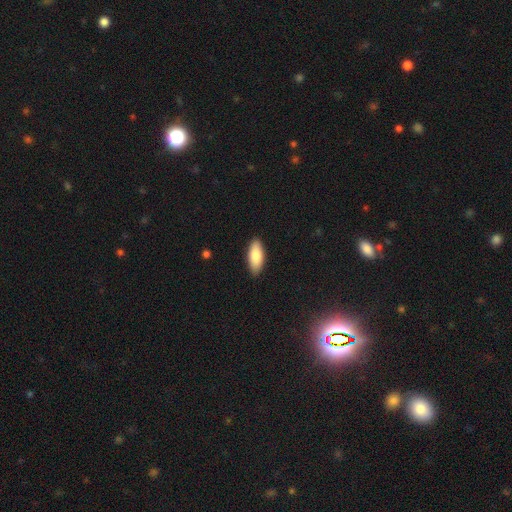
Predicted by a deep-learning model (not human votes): Q: Smooth or featured?
A: smooth (84%); runner-up: featured or disk (11%)
Q: How rounded?
A: in between (81%); runner-up: cigar-shaped (17%)
Q: Merging?
A: none (88%); runner-up: minor disturbance (9%)